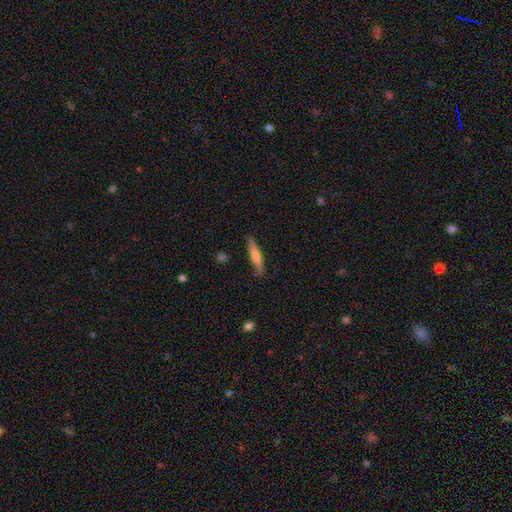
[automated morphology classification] The model was most divided on "smooth or featured": smooth: 55%, featured or disk: 39%, star or artifact: 6%. More confident: how rounded — cigar-shaped (89%); merging — none (84%).